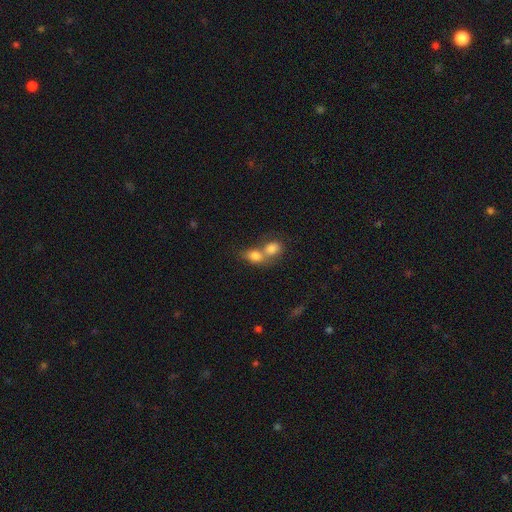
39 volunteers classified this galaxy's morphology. Volunteers were most divided on "merging": merger: 63%, none: 18%, minor disturbance: 11%, major disturbance: 8%. More confident: smooth or featured — smooth (87%); how rounded — in between (76%).